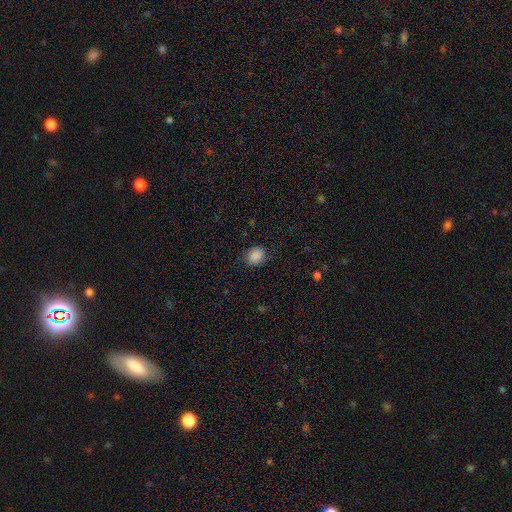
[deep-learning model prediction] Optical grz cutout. It shows a smooth galaxy with no disk features (88%) that is in between round and cigar-shaped (54%). Merging: none (81%).